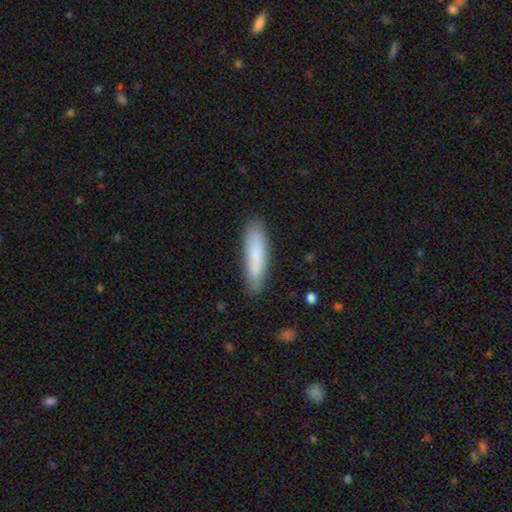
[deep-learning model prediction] smooth-or-featured: smooth: 83% | featured or disk: 11% | star or artifact: 6%
  how-rounded: cigar-shaped: 76% | in between: 23% | round: 1%
  merging: none: 85% | minor disturbance: 12% | major disturbance: 2% | merger: 1%